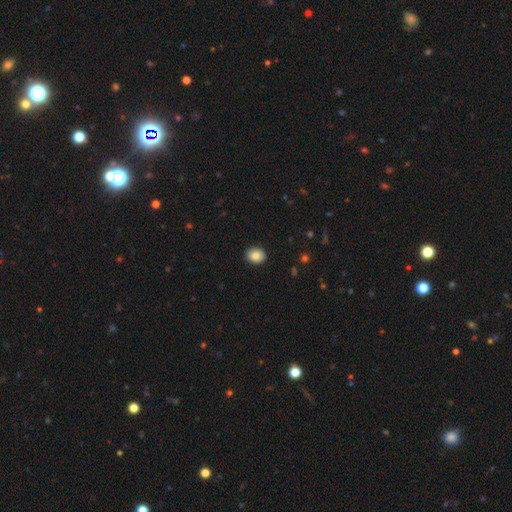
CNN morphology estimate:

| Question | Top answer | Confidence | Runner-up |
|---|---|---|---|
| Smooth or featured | smooth | 87% | star or artifact (8%) |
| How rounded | round | 53% | in between (46%) |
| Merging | none | 90% | minor disturbance (7%) |